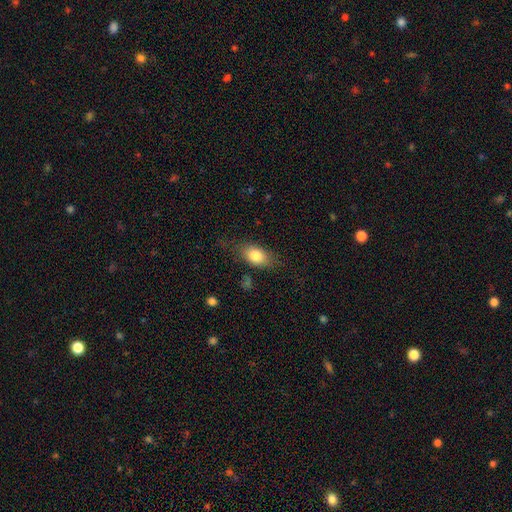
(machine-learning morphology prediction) smooth-or-featured: smooth: 80% | featured or disk: 13% | star or artifact: 8%
  how-rounded: in between: 81% | round: 14% | cigar-shaped: 5%
  merging: none: 70% | minor disturbance: 20% | major disturbance: 8% | merger: 2%